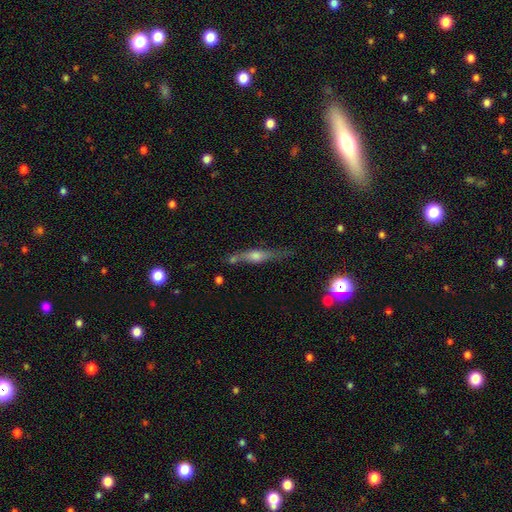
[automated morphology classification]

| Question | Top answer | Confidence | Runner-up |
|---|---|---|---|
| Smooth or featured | featured or disk | 59% | smooth (32%) |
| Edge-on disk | yes | 90% | no (10%) |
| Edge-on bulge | rounded | 85% | boxy (9%) |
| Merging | none | 65% | minor disturbance (19%) |